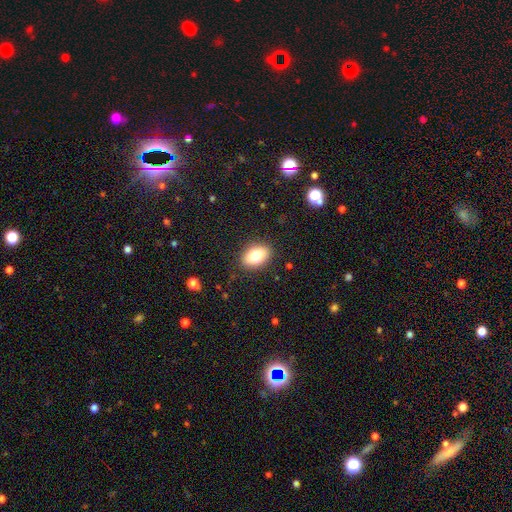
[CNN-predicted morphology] This is clearly a smooth galaxy (80%). How rounded: clearly in between (85%). Merging: clearly none (87%).